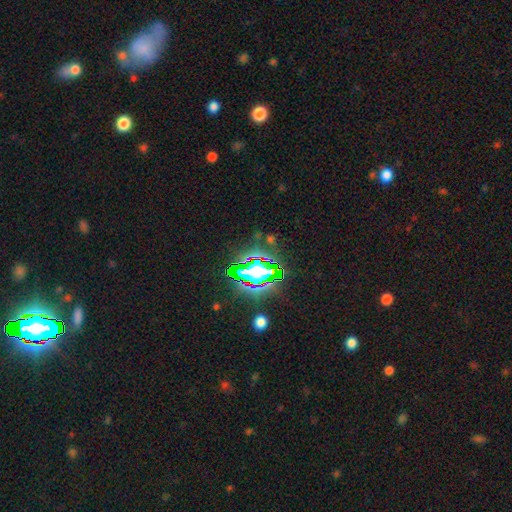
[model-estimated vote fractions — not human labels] Smooth or featured: star or artifact — 78% (smooth — 12%)